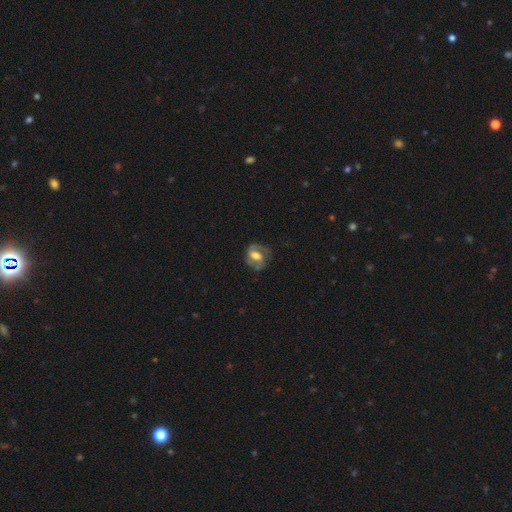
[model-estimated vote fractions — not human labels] smooth-or-featured: featured or disk: 58% | smooth: 35% | star or artifact: 7%
  disk-edge-on: no: 95% | yes: 5%
    bar: weak: 40% | no: 37% | strong: 23%
    has-spiral-arms: yes: 68% | no: 32%
    bulge-size: moderate: 56% | large: 28% | small: 11% | none: 3% | dominant: 2%
  merging: none: 61% | minor disturbance: 23% | major disturbance: 15% | merger: 2%